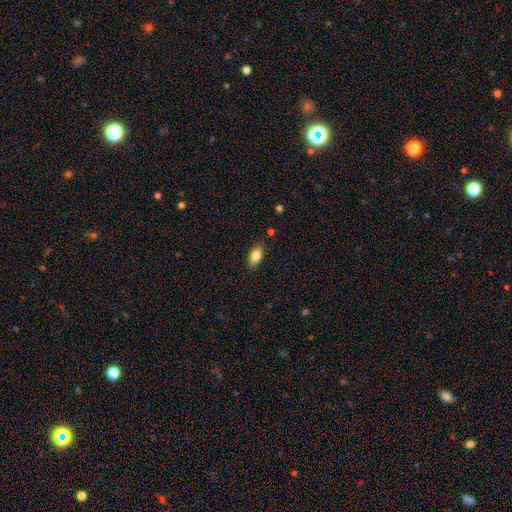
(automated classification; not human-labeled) Smooth or featured: smooth — 83% (featured or disk — 10%)
How rounded: in between — 90% (cigar-shaped — 5%)
Merging: none — 85% (minor disturbance — 11%)